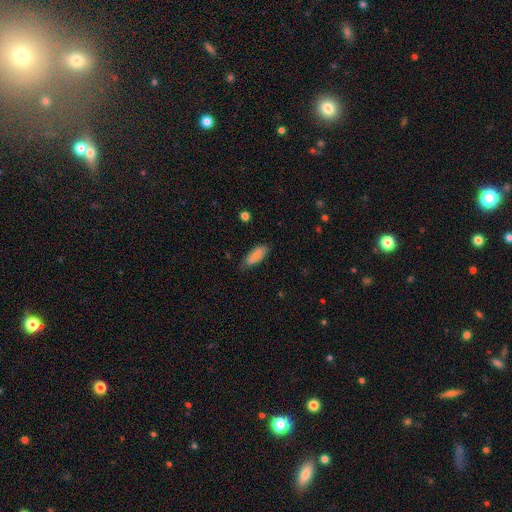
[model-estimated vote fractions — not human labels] Morphology: type=smooth (74%); roundness=in between (84%); merging=none (66%).